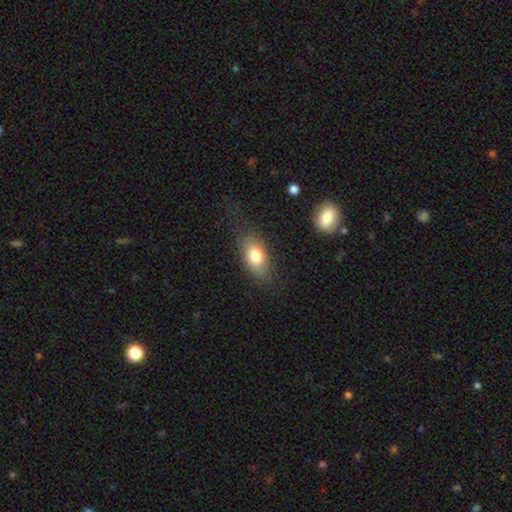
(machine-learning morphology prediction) The model was most divided on "merging": none: 72%, minor disturbance: 19%, major disturbance: 8%, merger: 2%. More confident: how rounded — in between (85%); smooth or featured — smooth (76%).